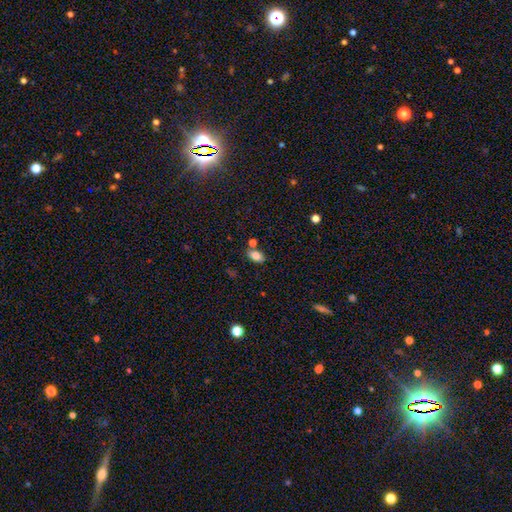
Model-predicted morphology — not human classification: Smooth or featured? Predicted: smooth (p=0.81). How rounded? Predicted: in between (p=0.87). Merging? Predicted: none (p=0.72).